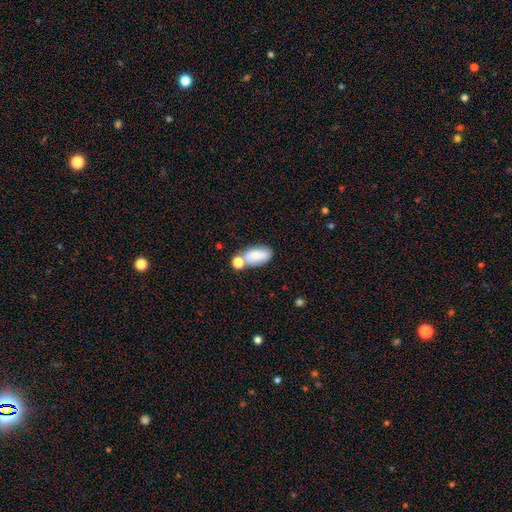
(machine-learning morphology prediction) Overall: smooth (78%). How rounded: in between (91%). Merging: none (48%; merger 30%).